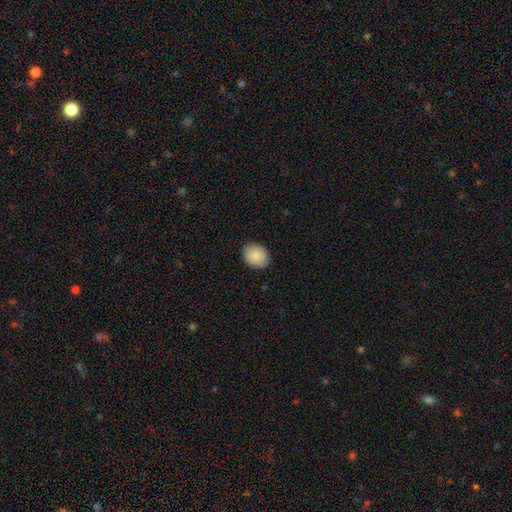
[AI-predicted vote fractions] Overall: smooth (89%). How rounded: in between (53%; round 46%). Merging: none (87%).